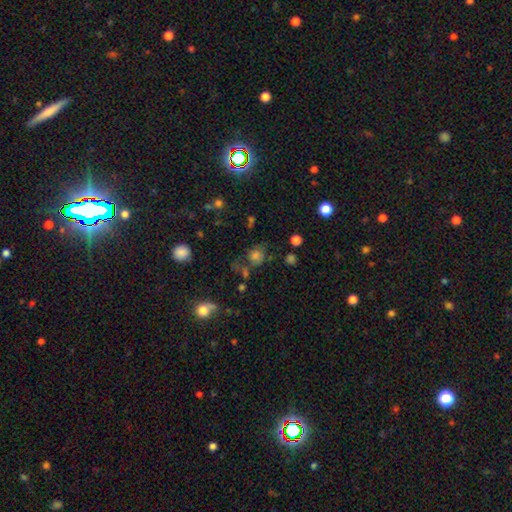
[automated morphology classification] smooth_or_featured: smooth (p=0.67) [alt: star or artifact p=0.21]
how_rounded: round (p=0.82) [alt: in between p=0.17]
merging: none (p=0.61) [alt: minor disturbance p=0.17]